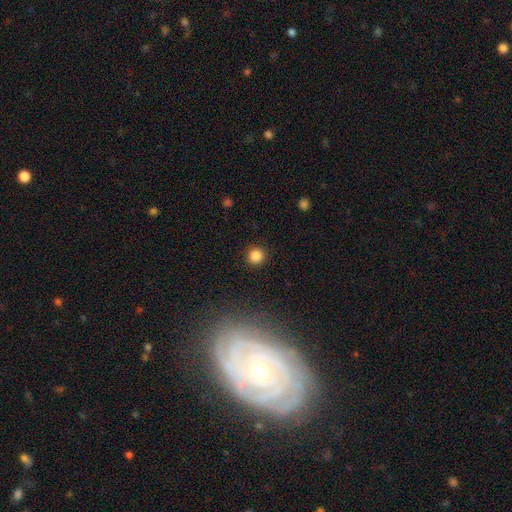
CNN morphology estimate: The model was most divided on "smooth or featured": smooth: 85%, star or artifact: 11%, featured or disk: 3%. More confident: how rounded — round (94%); merging — none (91%).